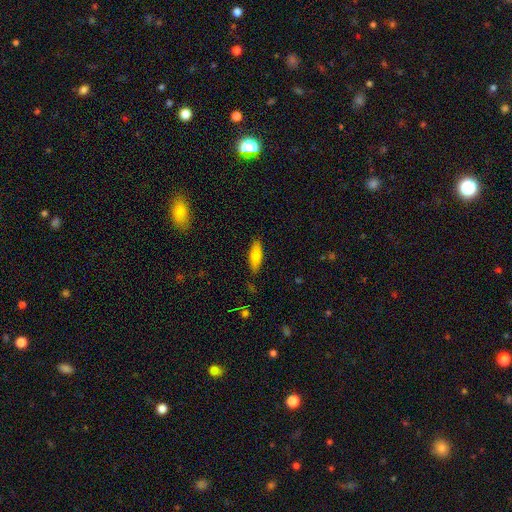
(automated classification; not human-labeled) smooth_or_featured: smooth (p=0.81) [alt: featured or disk p=0.13]
how_rounded: in between (p=0.51) [alt: cigar-shaped p=0.47]
merging: none (p=0.85) [alt: minor disturbance p=0.11]